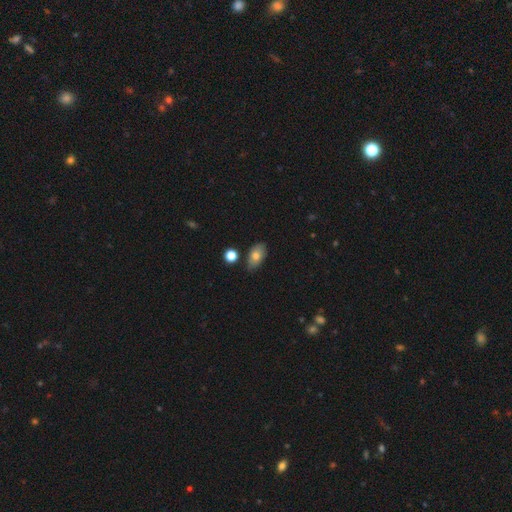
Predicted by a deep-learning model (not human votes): The model was most divided on "smooth or featured": smooth: 75%, featured or disk: 17%, star or artifact: 8%. More confident: how rounded — in between (90%); merging — none (78%).